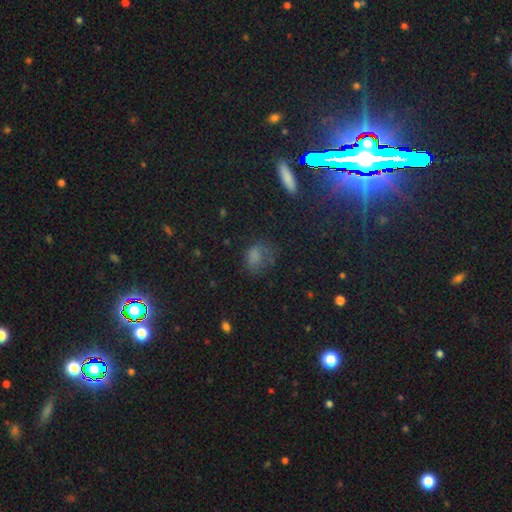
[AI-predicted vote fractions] A smooth galaxy with no disk features (65%) that is in between round and cigar-shaped (61%). Merging: none (45%).